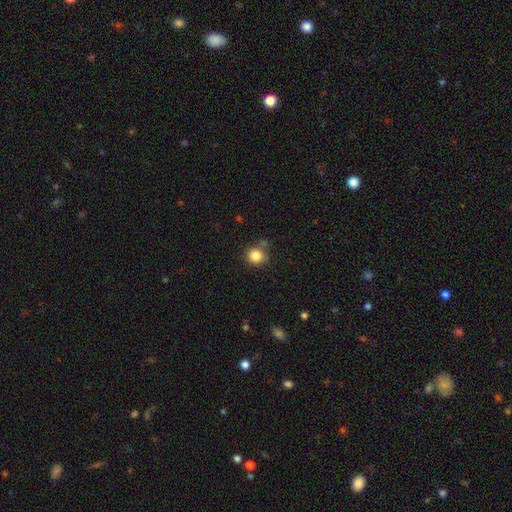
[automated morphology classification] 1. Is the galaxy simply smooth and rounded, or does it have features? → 84% smooth, 11% star or artifact, 6% featured or disk.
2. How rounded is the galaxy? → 89% round, 10% in between, 1% cigar-shaped.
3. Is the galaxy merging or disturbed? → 72% none, 16% minor disturbance, 8% merger, 4% major disturbance.